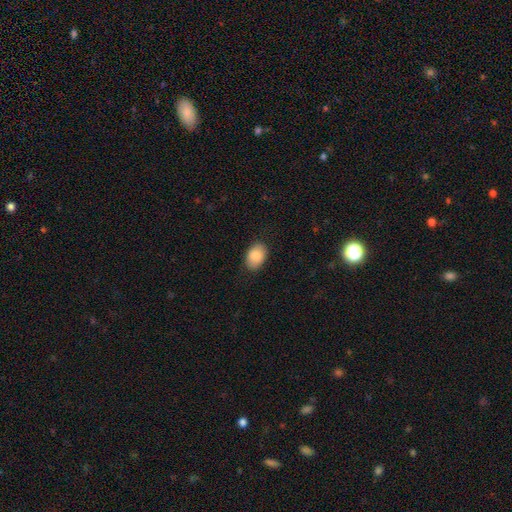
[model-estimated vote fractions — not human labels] smooth-or-featured: smooth: 87% | star or artifact: 7% | featured or disk: 6%
  how-rounded: in between: 84% | round: 15% | cigar-shaped: 1%
  merging: none: 86% | minor disturbance: 11% | major disturbance: 2% | merger: 1%